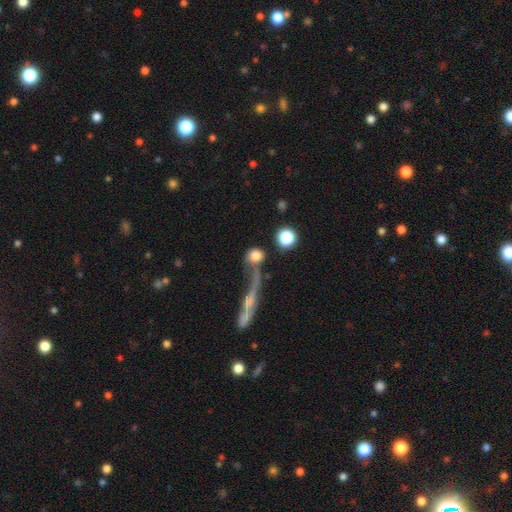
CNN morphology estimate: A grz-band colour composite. It shows a smooth galaxy with no disk features (73%) that is round (73%). Merging: none (44%).